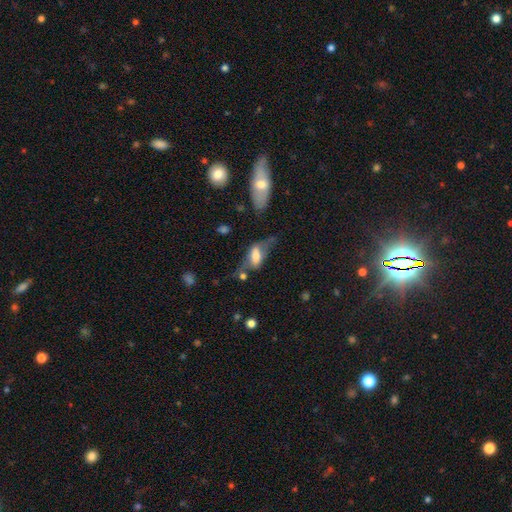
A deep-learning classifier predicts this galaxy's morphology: A smooth galaxy with no disk features (46%, tied with featured or disk).

Vote fractions:
- Smooth or featured? smooth: 46% (tied) / featured or disk: 46% (tied) / star or artifact: 9%
- Merging? none: 39% / major disturbance: 27% / minor disturbance: 24% / merger: 11%